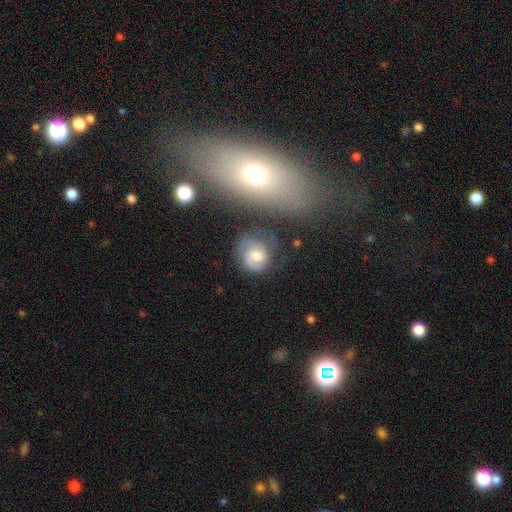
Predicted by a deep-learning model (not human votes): smooth-or-featured: featured or disk: 52% | smooth: 39% | star or artifact: 9%
  disk-edge-on: no: 97% | yes: 3%
    bar: no: 69% | weak: 27% | strong: 4%
    has-spiral-arms: yes: 86% | no: 14%
    bulge-size: moderate: 55% | small: 19% | large: 17% | none: 7% | dominant: 2%
  merging: none: 60% | minor disturbance: 22% | major disturbance: 12% | merger: 6%